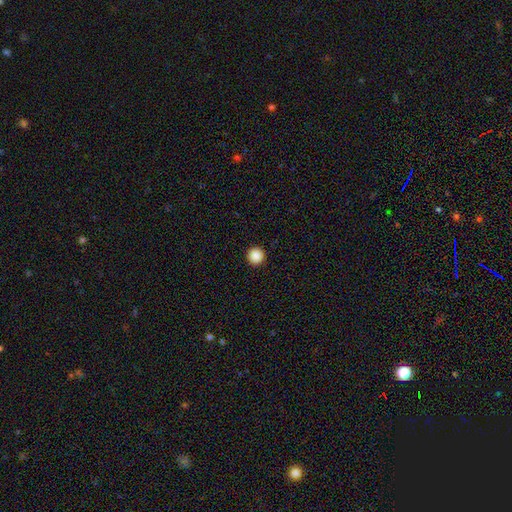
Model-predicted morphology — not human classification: type=smooth (88%); roundness=round (96%); merging=none (94%).